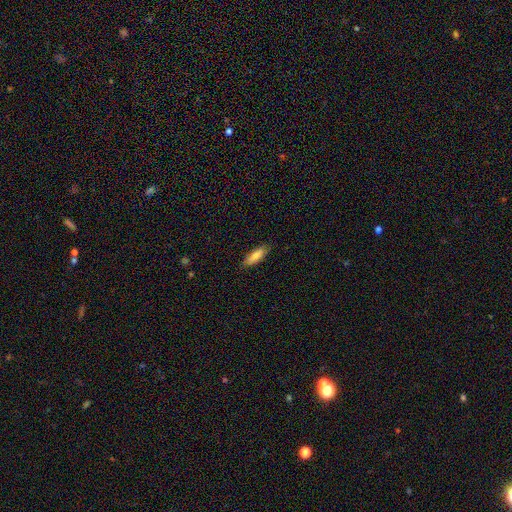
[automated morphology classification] The model was most divided on "how rounded": in between: 50%, cigar-shaped: 48%, round: 2%. More confident: merging — none (82%); smooth or featured — smooth (75%).